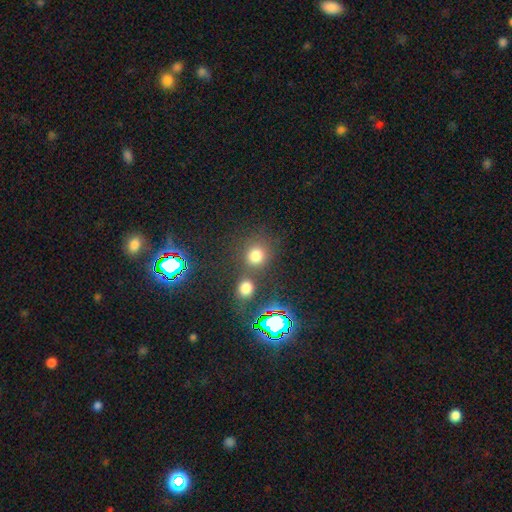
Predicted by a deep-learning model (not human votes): Smooth or featured: smooth — 73% (star or artifact — 21%)
How rounded: round — 85% (in between — 14%)
Merging: none — 66% (merger — 21%)